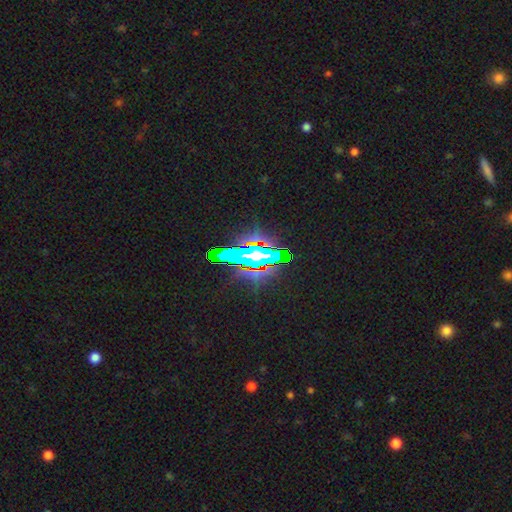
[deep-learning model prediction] star or artifact 62%, smooth 20%, featured or disk 18%.